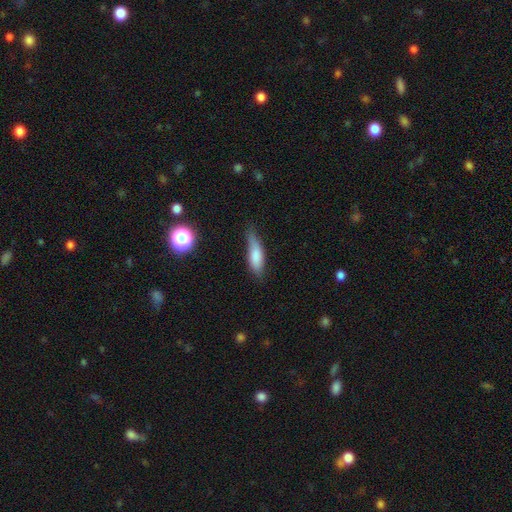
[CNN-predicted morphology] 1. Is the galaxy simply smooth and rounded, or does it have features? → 78% smooth, 15% featured or disk, 7% star or artifact.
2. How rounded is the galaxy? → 51% cigar-shaped, 46% in between, 3% round.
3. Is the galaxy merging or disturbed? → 55% none, 35% minor disturbance, 8% major disturbance, 2% merger.